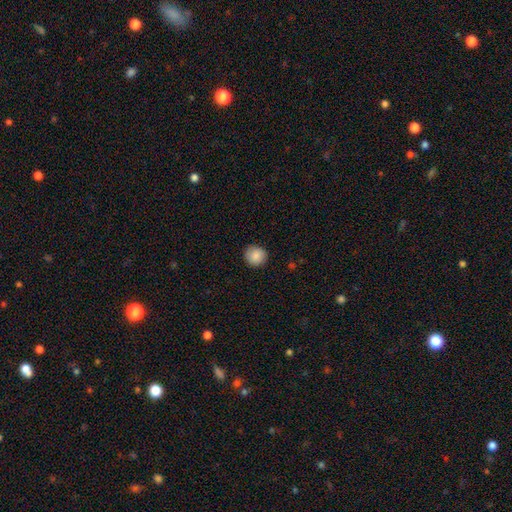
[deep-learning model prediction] smooth 86%, star or artifact 8%, featured or disk 6%. Down the decision tree: how rounded — round (92%); merging — none (89%).